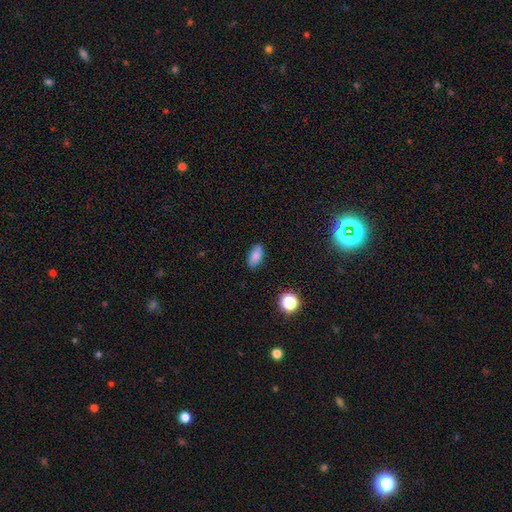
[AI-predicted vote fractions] A smooth galaxy with no disk features (83%) that is in between round and cigar-shaped (87%). Merging: none (85%).